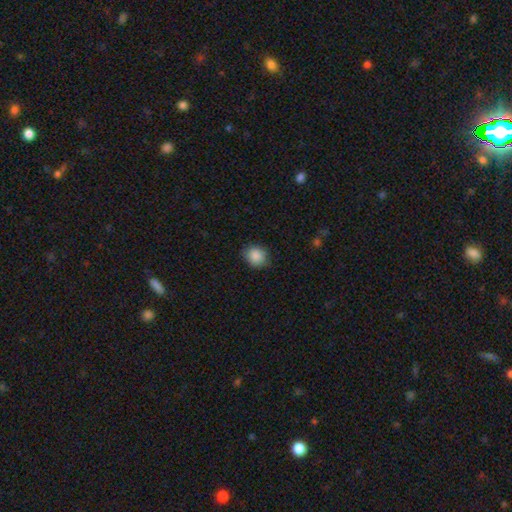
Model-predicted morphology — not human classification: Smooth or featured? Predicted: smooth (p=0.88). How rounded? Predicted: round (p=0.72). Merging? Predicted: none (p=0.83).